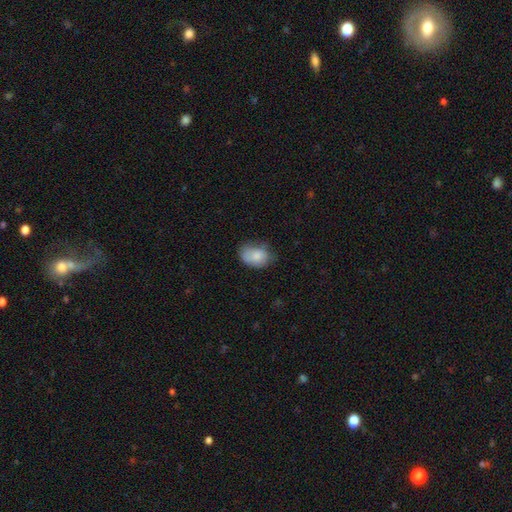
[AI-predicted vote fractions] Smooth or featured? Predicted: smooth (p=0.80). How rounded? Predicted: in between (p=0.77). Merging? Predicted: none (p=0.53).